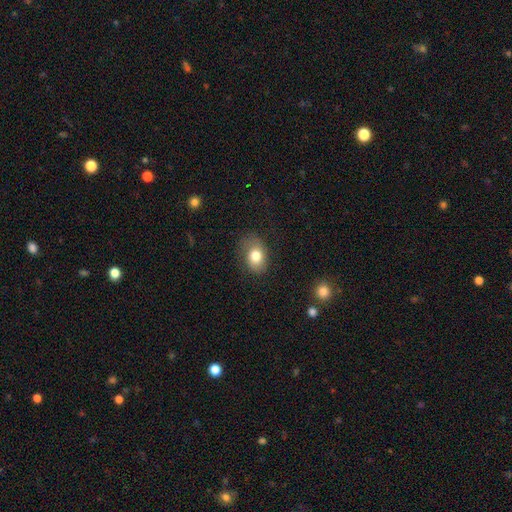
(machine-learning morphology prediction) Smooth or featured? smooth (77%)
How rounded? in between (73%)
Merging? none (67%)